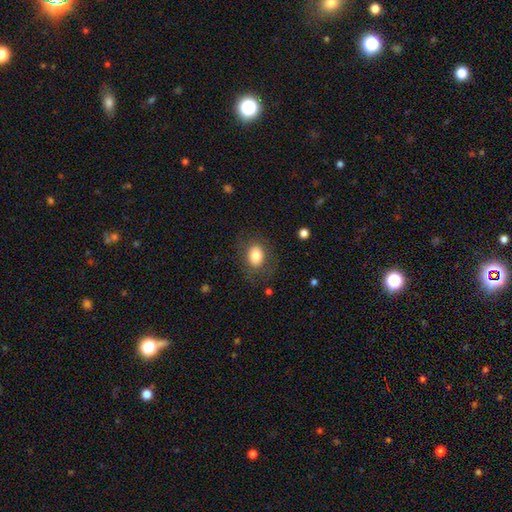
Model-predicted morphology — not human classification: A smooth galaxy with no disk features (79%) that is in between round and cigar-shaped (62%). Merging: none (77%).